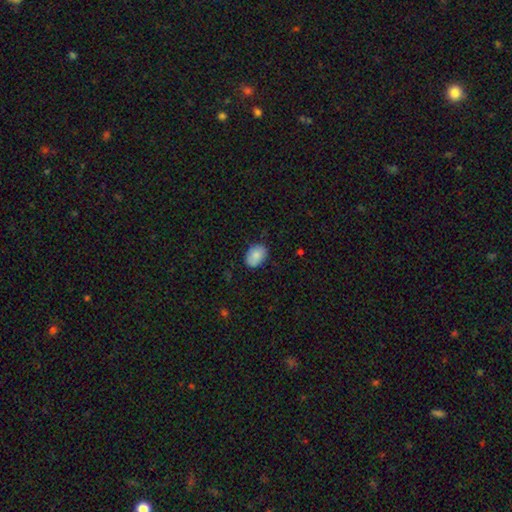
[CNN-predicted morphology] Smooth or featured?
  - smooth: 86% *
  - star or artifact: 7%
  - featured or disk: 7%
How rounded?
  - in between: 82% *
  - round: 17%
  - cigar-shaped: 1%
Merging?
  - none: 80% *
  - minor disturbance: 16%
  - major disturbance: 3%
  - merger: 1%